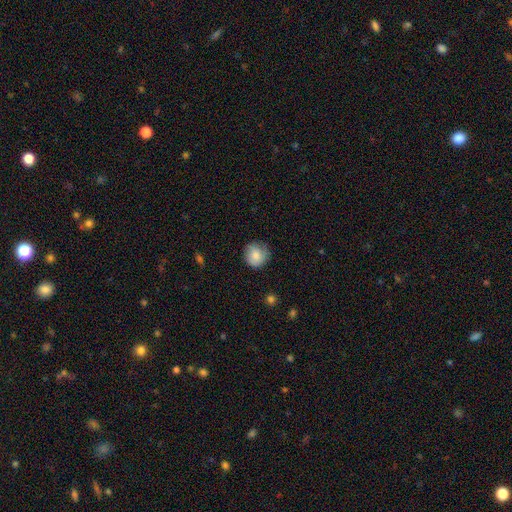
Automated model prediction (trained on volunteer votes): smooth 80%, featured or disk 12%, star or artifact 8%. Down the decision tree: how rounded — round (91%); merging — none (75%).